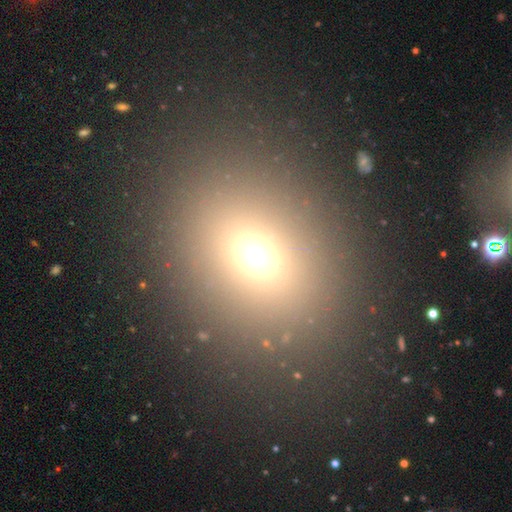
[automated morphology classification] Smooth or featured?
  - smooth: 66% *
  - star or artifact: 24%
  - featured or disk: 10%
How rounded?
  - round: 58% *
  - in between: 40%
  - cigar-shaped: 1%
Merging?
  - none: 85% *
  - minor disturbance: 7%
  - major disturbance: 5%
  - merger: 2%